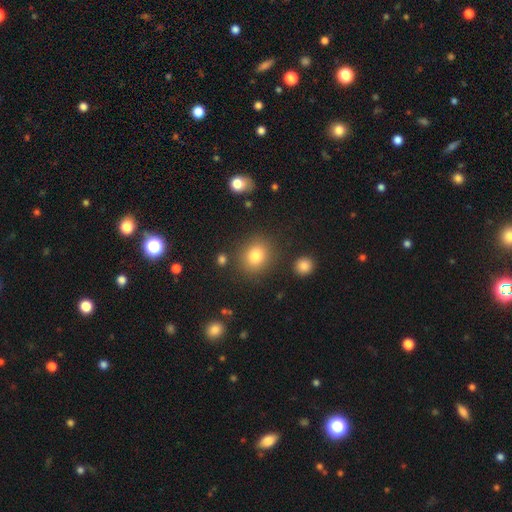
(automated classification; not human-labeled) This appears to be a smooth galaxy with no disk features (81%) that is round (71%). Merging: none (83%).